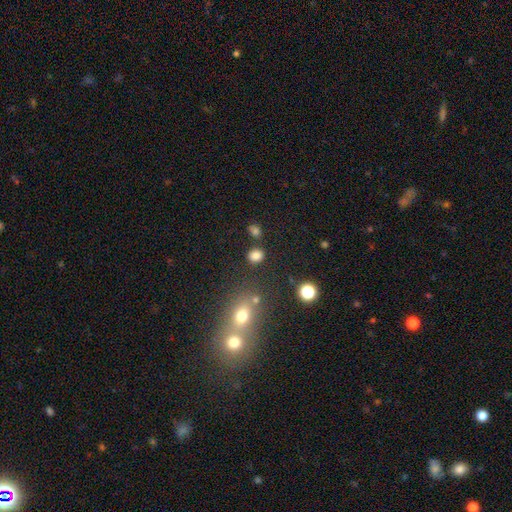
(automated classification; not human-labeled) Smooth or featured?
  - smooth: 81% *
  - star or artifact: 14%
  - featured or disk: 5%
How rounded?
  - round: 58% *
  - in between: 41%
  - cigar-shaped: 1%
Merging?
  - none: 78% *
  - minor disturbance: 10%
  - merger: 8%
  - major disturbance: 4%